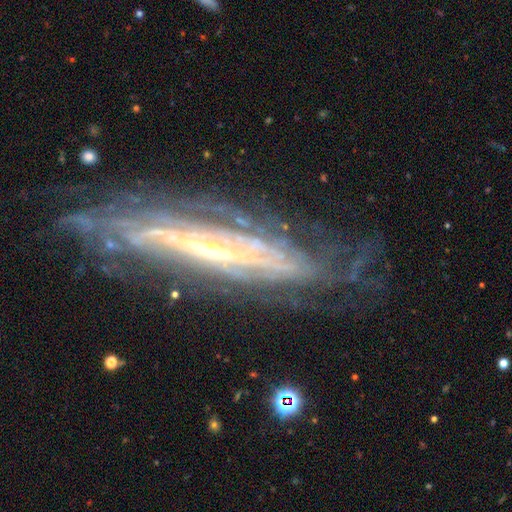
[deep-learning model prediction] This is clearly a featured or disk galaxy (84%). It is possibly not viewed edge-on (57%). Merging: likely none (60%).